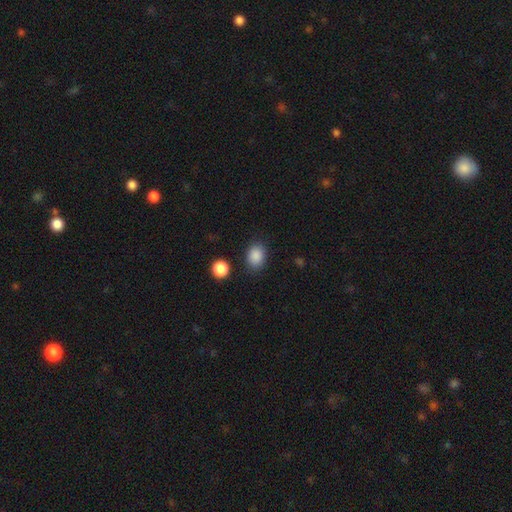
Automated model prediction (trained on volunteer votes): The model was most divided on "how rounded": in between: 62%, round: 37%, cigar-shaped: 1%. More confident: smooth or featured — smooth (87%); merging — none (83%).